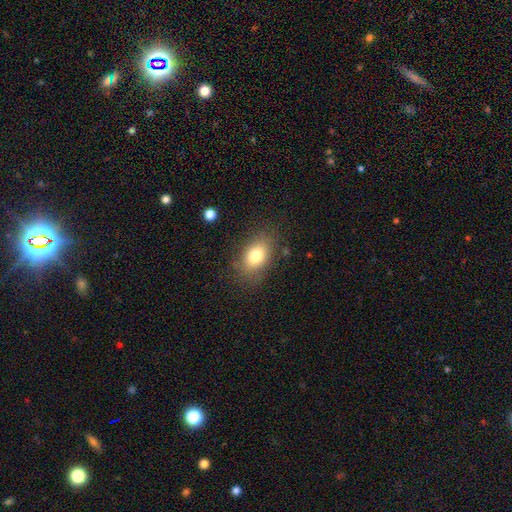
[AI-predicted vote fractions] The model was most divided on "smooth or featured": smooth: 78%, featured or disk: 12%, star or artifact: 10%. More confident: how rounded — in between (83%); merging — none (80%).